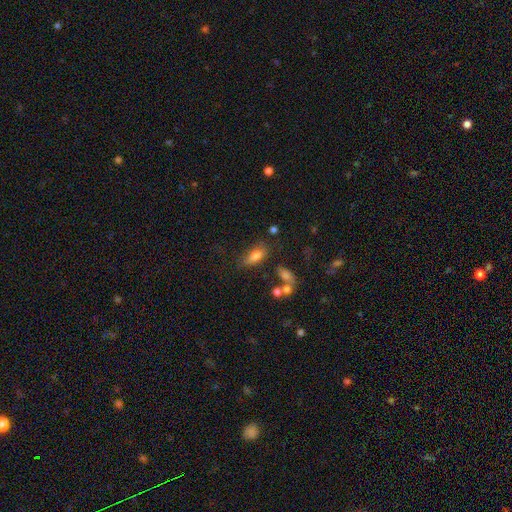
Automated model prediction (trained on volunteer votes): Smooth or featured: smooth — 76% (featured or disk — 14%)
How rounded: in between — 77% (cigar-shaped — 18%)
Merging: none — 59% (minor disturbance — 23%)